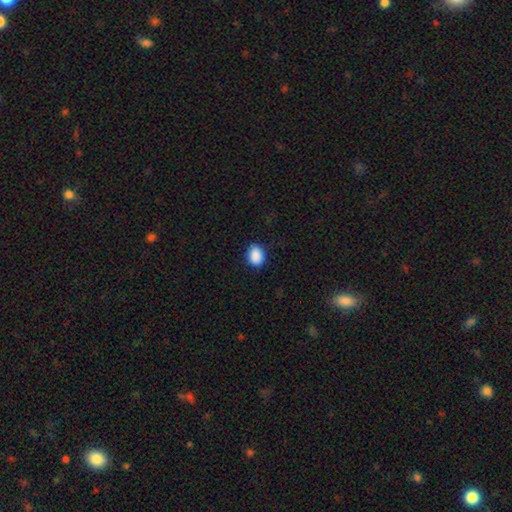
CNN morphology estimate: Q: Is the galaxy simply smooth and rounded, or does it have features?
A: smooth — 90%.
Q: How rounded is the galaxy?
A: in between — 70%.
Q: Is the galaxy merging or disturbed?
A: none — 85%.